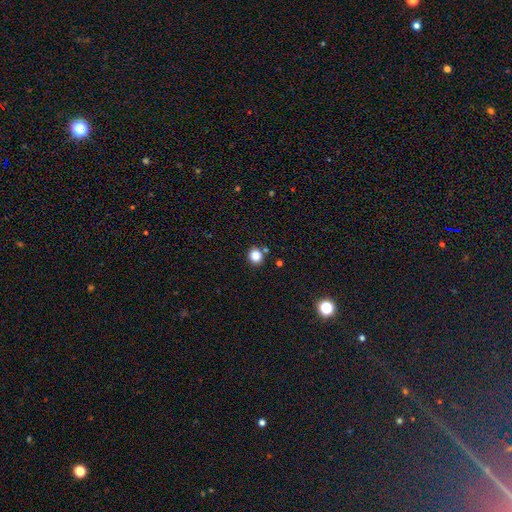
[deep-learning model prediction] Smooth or featured? Predicted: smooth (p=0.84). How rounded? Predicted: round (p=0.82). Merging? Predicted: none (p=0.82).